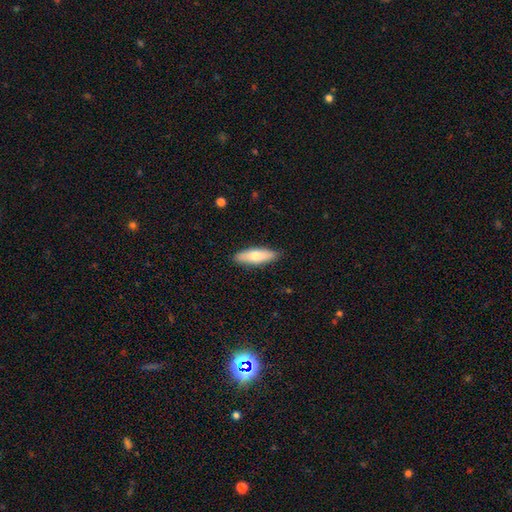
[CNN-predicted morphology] This appears to be a smooth galaxy with no disk features (70%) that is in between round and cigar-shaped (49%, tied with cigar-shaped). Merging: none (87%).